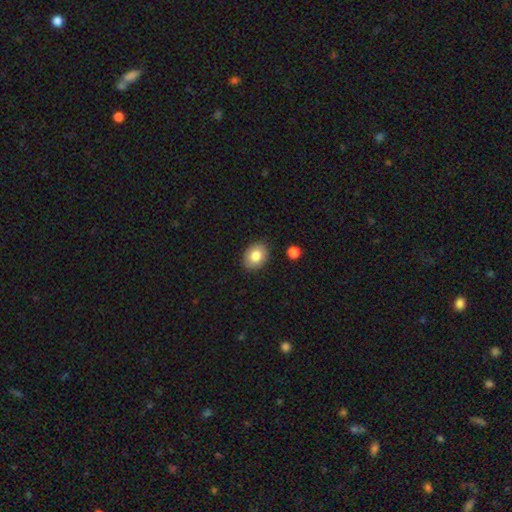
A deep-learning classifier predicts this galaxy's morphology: Smooth or featured: smooth — 82% (featured or disk — 10%)
How rounded: in between — 64% (round — 35%)
Merging: none — 88% (minor disturbance — 9%)